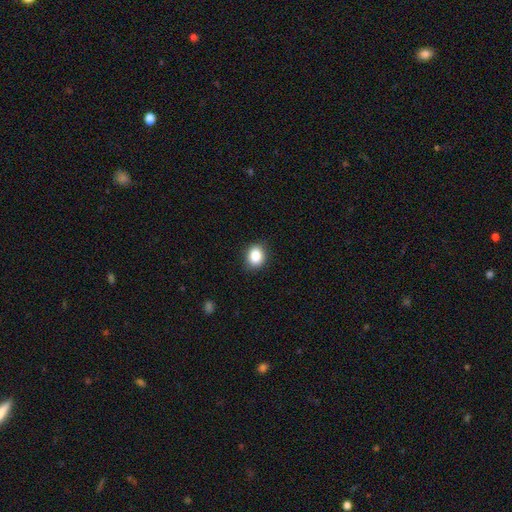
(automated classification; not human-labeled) This appears to be a smooth galaxy with no disk features (87%) that is round (50%). Merging: none (87%).